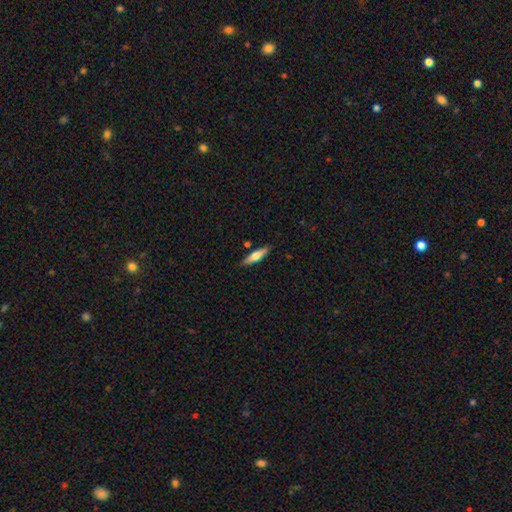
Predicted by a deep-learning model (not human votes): This appears to be a smooth galaxy with no disk features (54%) that is cigar-shaped (75%). Merging: none (85%).